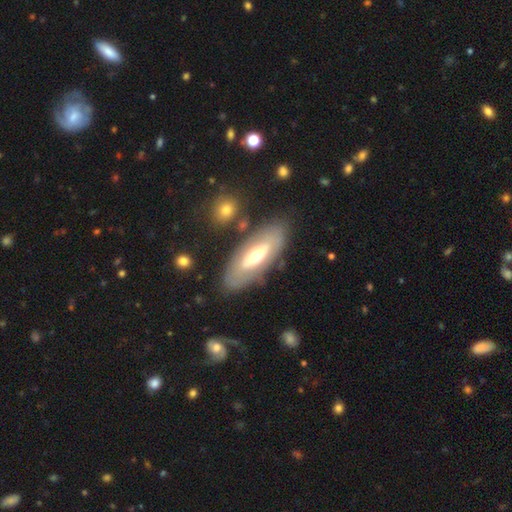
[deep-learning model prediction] Smooth or featured: featured or disk — 60% (smooth — 35%)
Edge-on disk: no — 76% (yes — 24%)
Merging: none — 79% (minor disturbance — 13%)